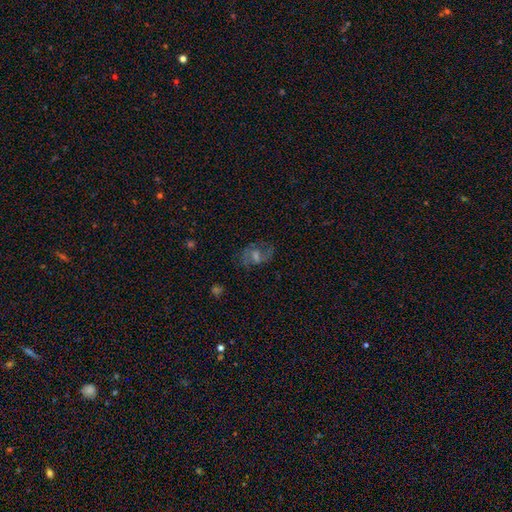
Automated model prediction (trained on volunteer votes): Smooth or featured?
  - featured or disk: 64% *
  - smooth: 18%
  - star or artifact: 18%
Edge-on disk?
  - no: 96% *
  - yes: 4%
Bar?
  - weak: 50% *
  - no: 35%
  - strong: 15%
Spiral arms?
  - yes: 85% *
  - no: 15%
Spiral winding?
  - medium: 52% *
  - loose: 27%
  - tight: 22%
Spiral arm count?
  - 2: 81% *
  - can't tell: 11%
  - 1: 3%
  - 3: 2%
  - 4: 1%
  - more than 4: 1%
Bulge size?
  - moderate: 42% *
  - small: 30%
  - none: 13%
  - large: 12%
  - dominant: 2%
Merging?
  - none: 76% *
  - minor disturbance: 14%
  - major disturbance: 9%
  - merger: 2%